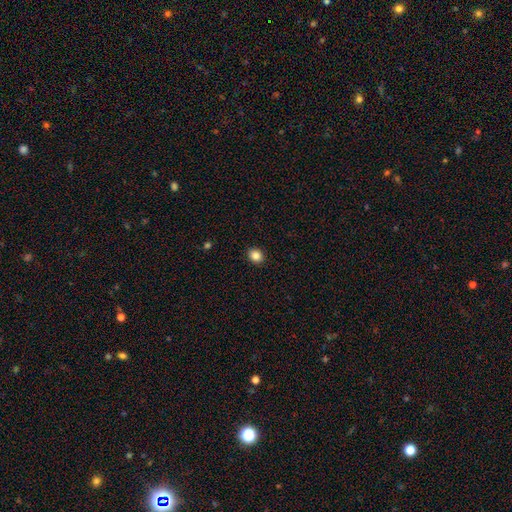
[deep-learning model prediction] A smooth galaxy with no disk features (85%) that is round (60%). Merging: none (92%).